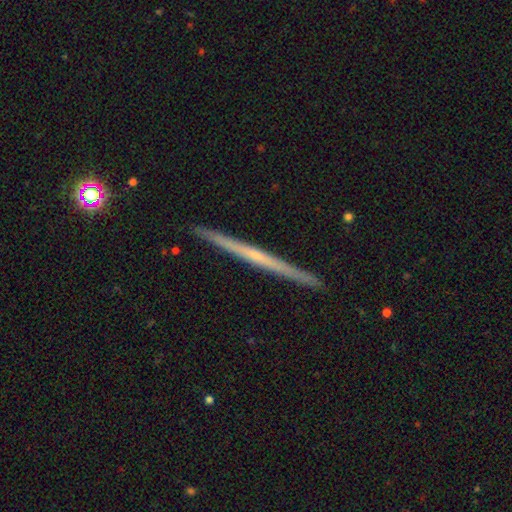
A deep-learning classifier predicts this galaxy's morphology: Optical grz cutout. It shows a featured or disk galaxy (73%) viewed edge-on (98%) with no central bulge (66%). Merging: none (93%).